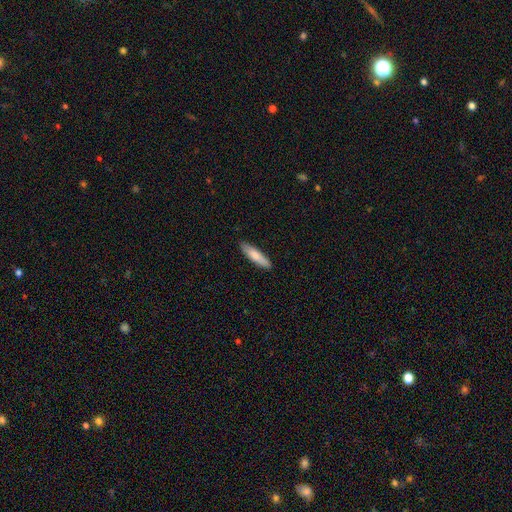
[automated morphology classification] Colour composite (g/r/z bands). It shows a smooth galaxy with no disk features (78%) that is cigar-shaped (75%). Merging: none (89%).